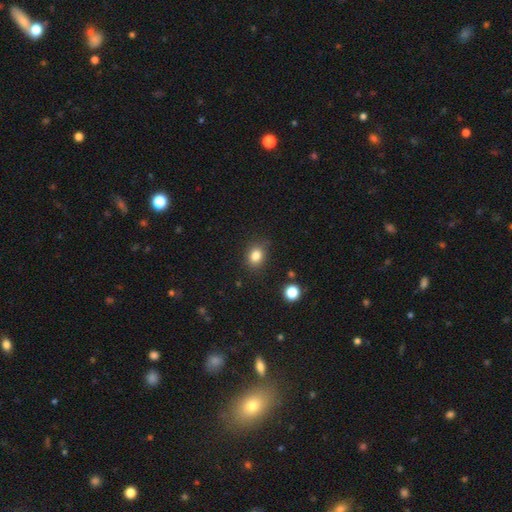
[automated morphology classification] Q: Smooth or featured?
A: smooth (83%); runner-up: star or artifact (11%)
Q: How rounded?
A: round (53%); runner-up: in between (46%)
Q: Merging?
A: none (81%); runner-up: minor disturbance (14%)